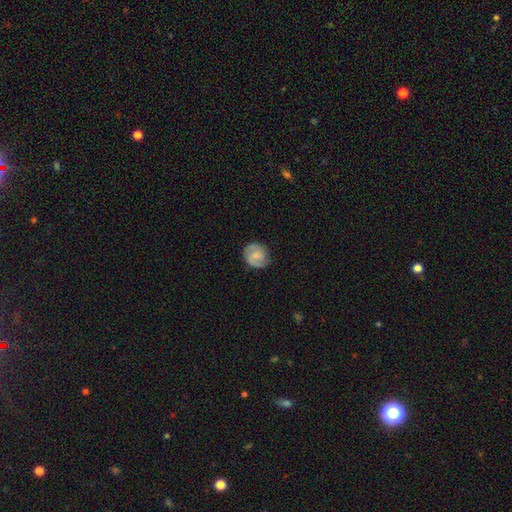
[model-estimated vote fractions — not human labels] featured or disk 57%, smooth 36%, star or artifact 7%. Down the decision tree: edge-on disk — no (98%); bar — no (56%); spiral arms — yes (90%); spiral arm count — 2 (76%); spiral winding — tight (45%); bulge size — small (54%); merging — none (79%).